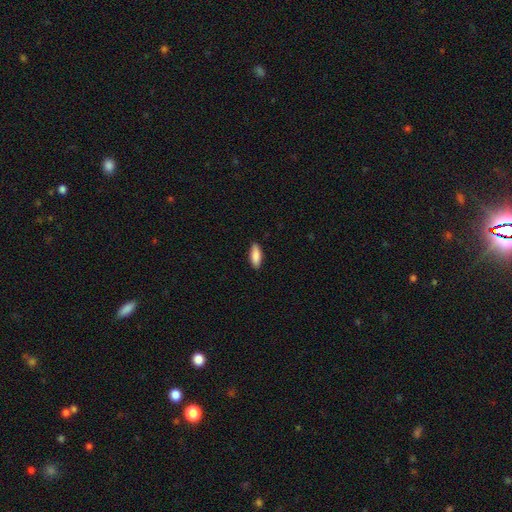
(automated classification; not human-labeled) Morphology: type=smooth (87%); roundness=in between (65%); merging=none (88%).